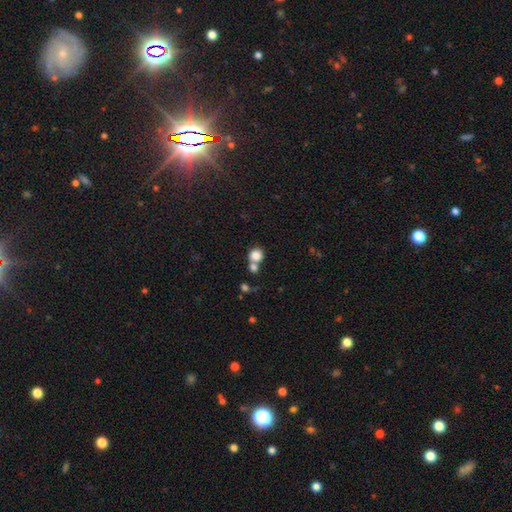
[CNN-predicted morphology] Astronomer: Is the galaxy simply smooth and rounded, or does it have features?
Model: smooth — 83%.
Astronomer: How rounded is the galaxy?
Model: round — 84%.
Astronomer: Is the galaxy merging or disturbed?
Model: none — 46% (runner-up: merger, 42%).